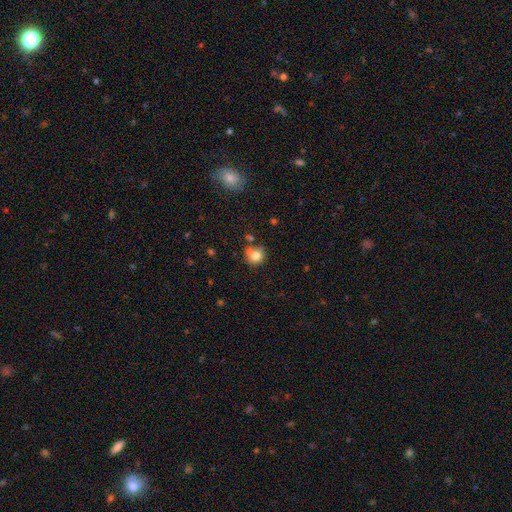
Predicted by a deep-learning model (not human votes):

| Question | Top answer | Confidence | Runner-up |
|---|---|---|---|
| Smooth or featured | smooth | 79% | star or artifact (11%) |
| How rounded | round | 86% | in between (13%) |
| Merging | none | 65% | minor disturbance (19%) |